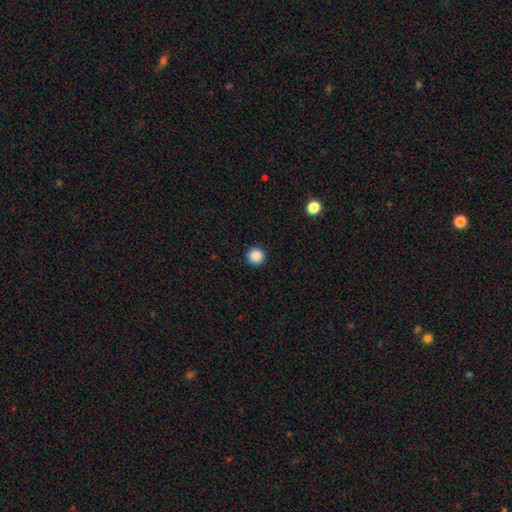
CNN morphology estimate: A smooth galaxy with no disk features (88%) that is round (95%).

Vote fractions:
- Smooth or featured? smooth: 88% / star or artifact: 10% / featured or disk: 2%
- How rounded? round: 95% / in between: 4% / cigar-shaped: 1%
- Merging? none: 93% / minor disturbance: 5% / major disturbance: 2% / merger: 1%